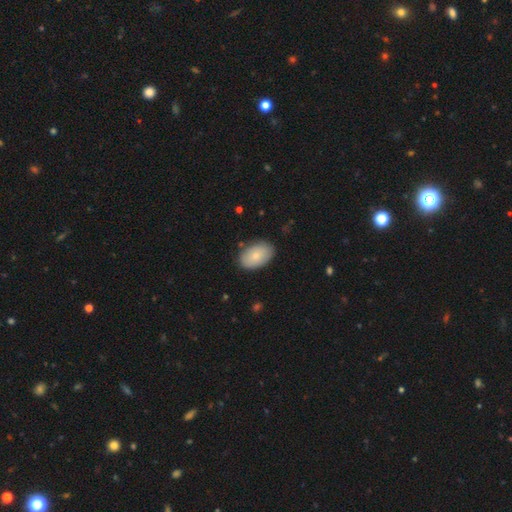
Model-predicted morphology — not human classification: type=smooth (79%); roundness=in between (91%); merging=none (84%).